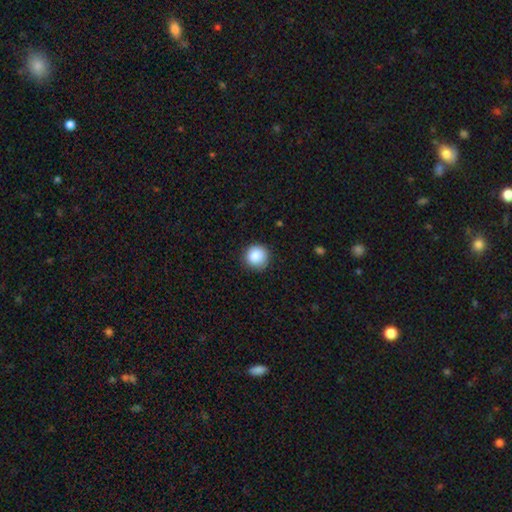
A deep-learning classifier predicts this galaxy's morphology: Q: Smooth or featured?
A: smooth (88%); runner-up: star or artifact (9%)
Q: How rounded?
A: round (94%); runner-up: in between (5%)
Q: Merging?
A: none (87%); runner-up: minor disturbance (9%)